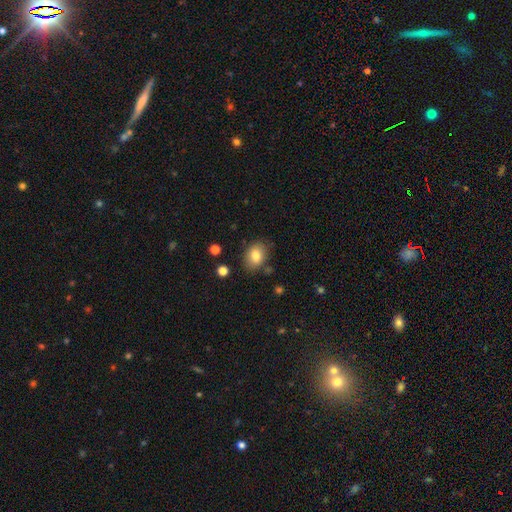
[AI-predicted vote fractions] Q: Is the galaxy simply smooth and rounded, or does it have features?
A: smooth — 81%.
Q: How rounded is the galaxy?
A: in between — 68%.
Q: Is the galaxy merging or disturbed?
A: none — 78%.